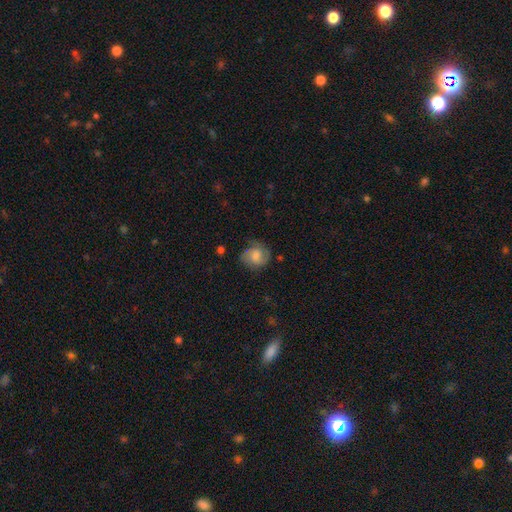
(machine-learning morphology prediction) This is possibly a smooth galaxy (57%). How rounded: likely round (74%). Merging: likely none (65%).